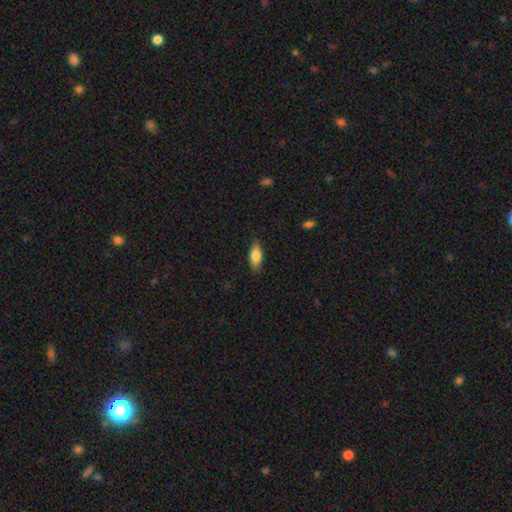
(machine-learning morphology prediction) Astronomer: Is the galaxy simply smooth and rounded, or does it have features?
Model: smooth — 79%.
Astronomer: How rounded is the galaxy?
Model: in between — 77%.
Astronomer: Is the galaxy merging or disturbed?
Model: none — 86%.